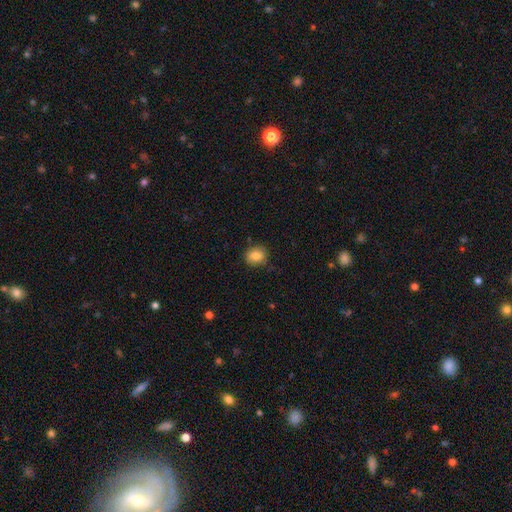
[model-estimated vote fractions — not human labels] Overall: smooth (84%). How rounded: round (62%; in between 37%). Merging: none (81%).